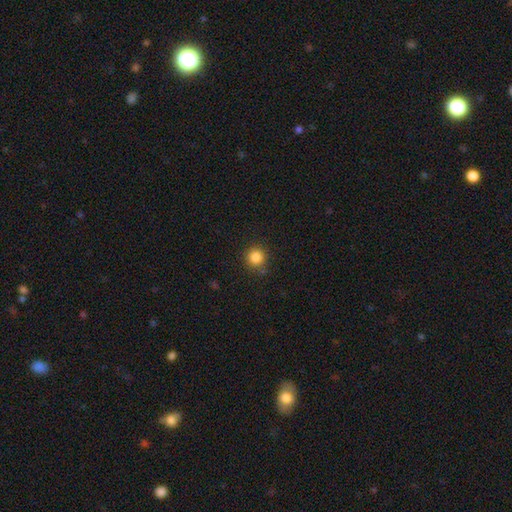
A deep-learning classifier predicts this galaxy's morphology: Q: Smooth or featured?
A: smooth (85%); runner-up: star or artifact (12%)
Q: How rounded?
A: round (94%); runner-up: in between (5%)
Q: Merging?
A: none (86%); runner-up: minor disturbance (9%)